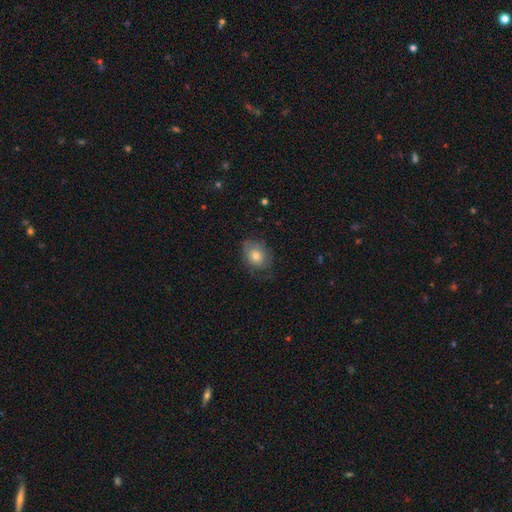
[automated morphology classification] This appears to be a smooth galaxy with no disk features (69%) that is in between round and cigar-shaped (56%). Merging: none (66%).